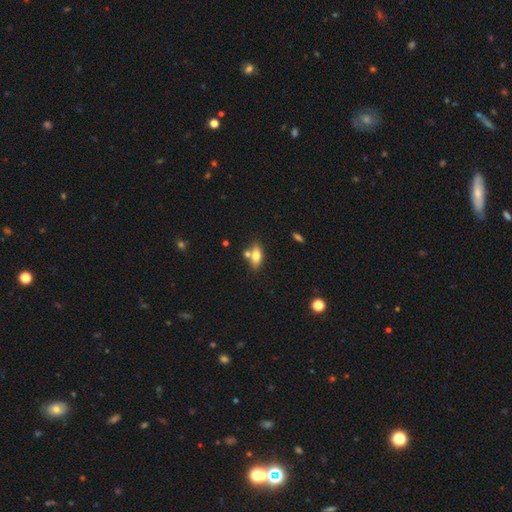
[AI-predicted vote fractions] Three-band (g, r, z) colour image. It shows a smooth galaxy with no disk features (69%) that is in between round and cigar-shaped (80%). Merging: none (60%).